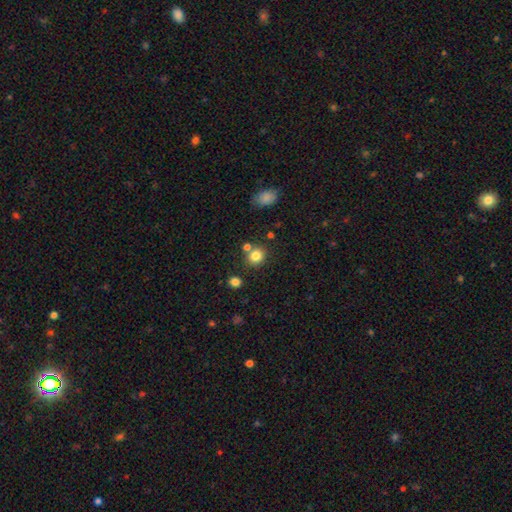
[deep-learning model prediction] A smooth galaxy with no disk features (82%) that is round (77%).

Vote fractions:
- Smooth or featured? smooth: 82% / star or artifact: 12% / featured or disk: 6%
- How rounded? round: 77% / in between: 22% / cigar-shaped: 1%
- Merging? none: 73% / merger: 14% / minor disturbance: 10% / major disturbance: 3%